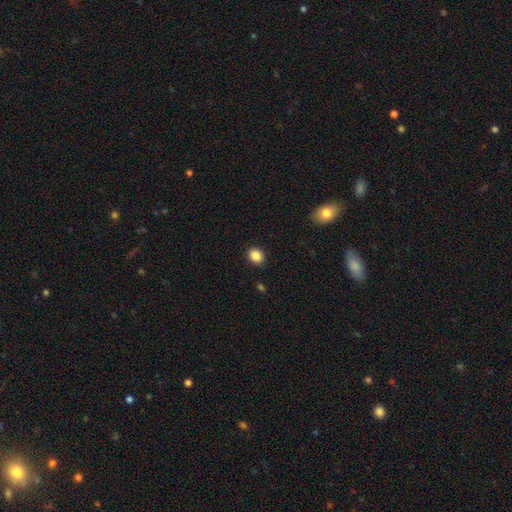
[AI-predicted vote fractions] A smooth galaxy with no disk features (86%) that is round (50%). Merging: none (91%).